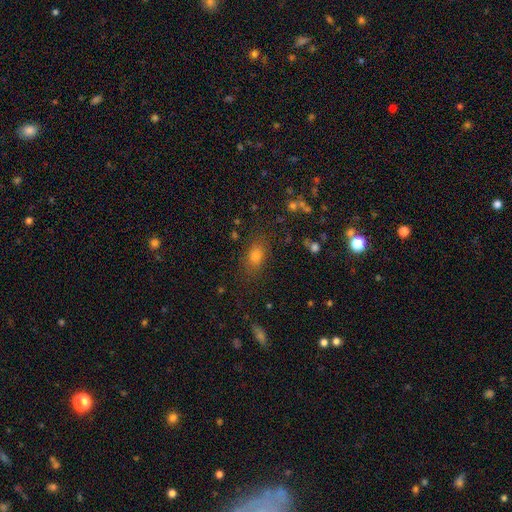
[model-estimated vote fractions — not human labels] smooth-or-featured: smooth: 72% | star or artifact: 19% | featured or disk: 9%
  how-rounded: in between: 68% | round: 29% | cigar-shaped: 4%
  merging: none: 81% | minor disturbance: 12% | major disturbance: 4% | merger: 2%